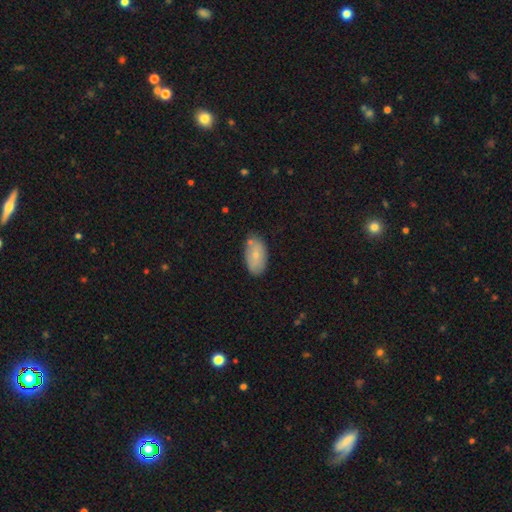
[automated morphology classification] This appears to be a smooth galaxy with no disk features (73%) that is in between round and cigar-shaped (94%). Merging: none (72%).